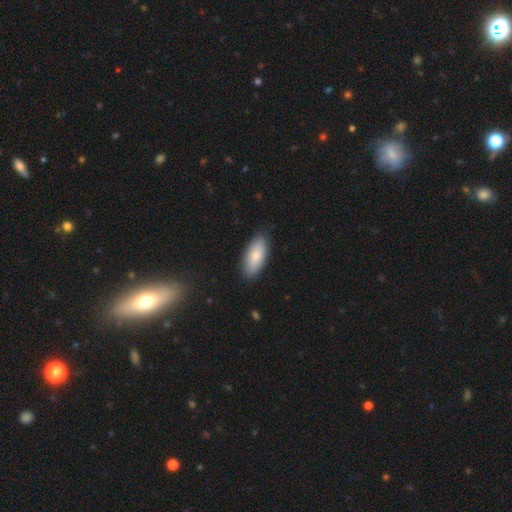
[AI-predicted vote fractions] This is clearly a smooth galaxy (83%). How rounded: clearly in between (90%). Merging: clearly none (86%).